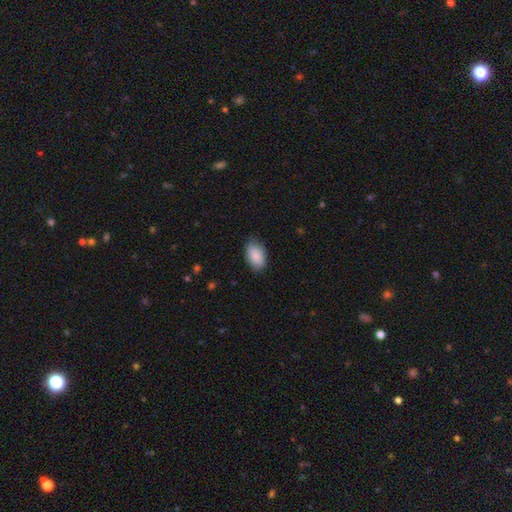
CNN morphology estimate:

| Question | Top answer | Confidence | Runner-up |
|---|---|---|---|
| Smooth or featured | smooth | 89% | star or artifact (6%) |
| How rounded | in between | 92% | round (7%) |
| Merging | none | 82% | minor disturbance (15%) |